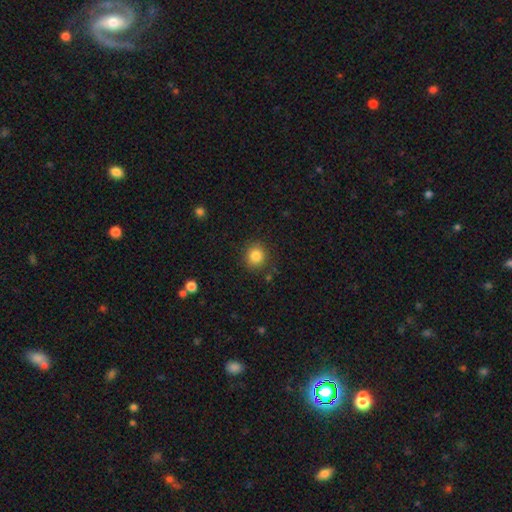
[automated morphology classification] Smooth or featured? smooth (84%)
How rounded? round (86%)
Merging? none (86%)